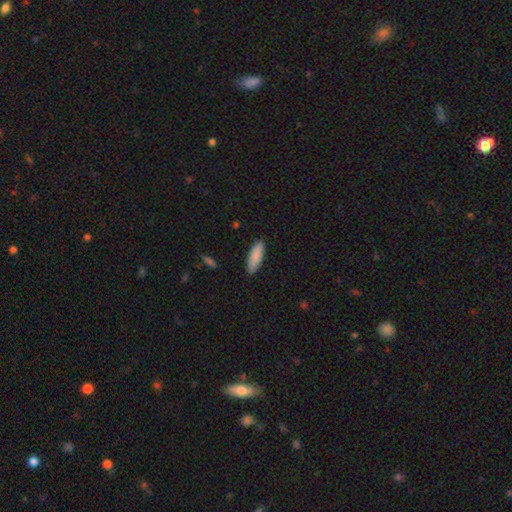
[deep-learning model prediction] This appears to be a smooth galaxy with no disk features (87%) that is in between round and cigar-shaped (64%). Merging: none (86%).